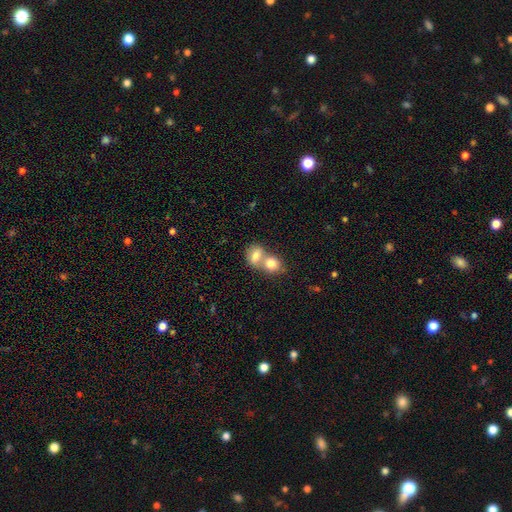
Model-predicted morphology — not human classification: Smooth or featured? Predicted: smooth (p=0.77). How rounded? Predicted: in between (p=0.52). Merging? Predicted: merger (p=0.68).